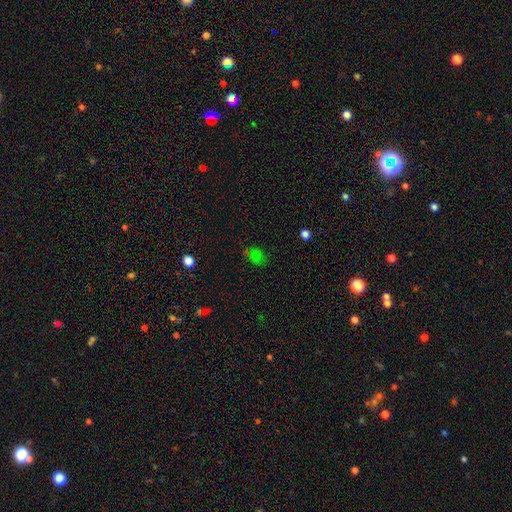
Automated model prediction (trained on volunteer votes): smooth 63%, star or artifact 28%, featured or disk 8%. Down the decision tree: how rounded — in between (68%); merging — none (68%).